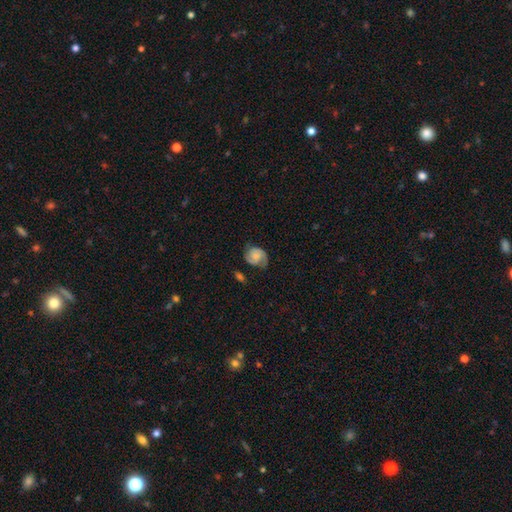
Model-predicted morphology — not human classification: smooth-or-featured: featured or disk: 67% | smooth: 25% | star or artifact: 7%
  disk-edge-on: no: 98% | yes: 2%
    bar: no: 68% | weak: 27% | strong: 5%
    has-spiral-arms: yes: 94% | no: 6%
      spiral-winding: medium: 43% | tight: 41% | loose: 17%
      spiral-arm-count: 2: 82% | can't tell: 7% | 1: 6% | 3: 3% | 4: 1% | more than 4: 1%
    bulge-size: small: 48% | moderate: 28% | none: 17% | large: 5% | dominant: 2%
  merging: none: 63% | minor disturbance: 24% | major disturbance: 10% | merger: 3%